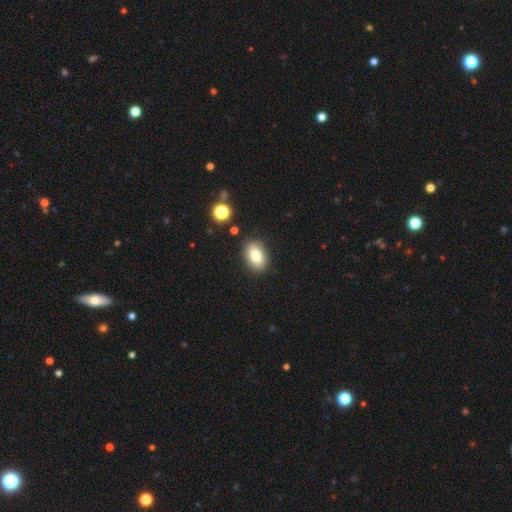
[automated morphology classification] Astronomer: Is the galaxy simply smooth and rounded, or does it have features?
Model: smooth — 82%.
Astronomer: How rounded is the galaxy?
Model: in between — 88%.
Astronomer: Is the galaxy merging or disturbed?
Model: none — 86%.